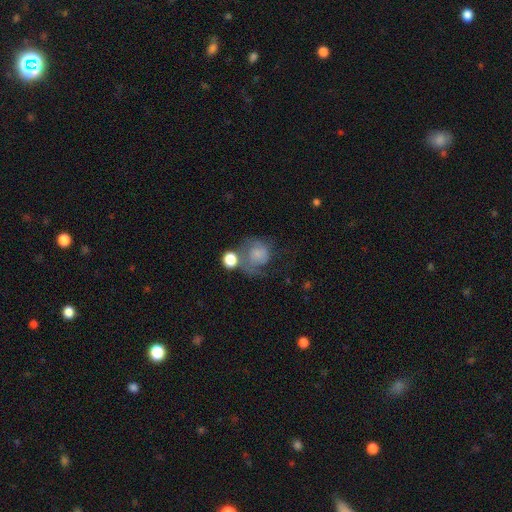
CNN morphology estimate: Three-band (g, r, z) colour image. It shows a smooth galaxy with no disk features (57%) that is round (73%). Merging: none (33%).